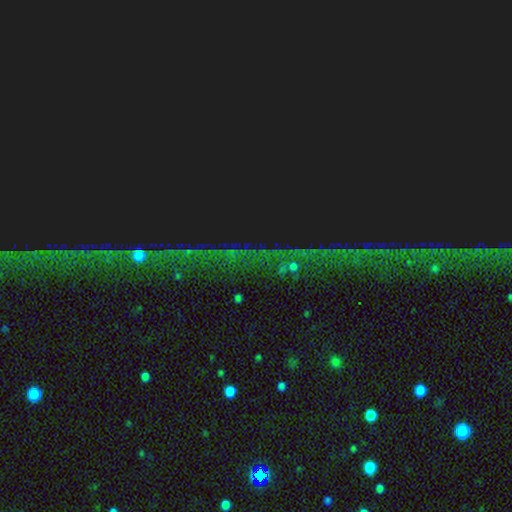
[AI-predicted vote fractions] The model was most divided on "smooth or featured": star or artifact: 86%, featured or disk: 8%, smooth: 6%.